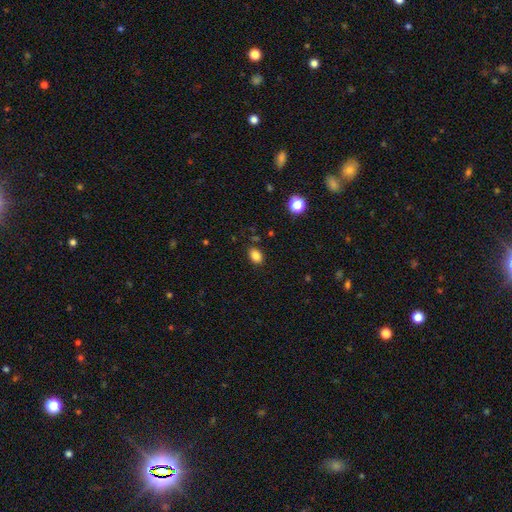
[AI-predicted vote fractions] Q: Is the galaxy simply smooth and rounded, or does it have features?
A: smooth — 83%.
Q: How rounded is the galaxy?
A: in between — 70%.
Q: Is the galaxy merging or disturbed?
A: none — 85%.